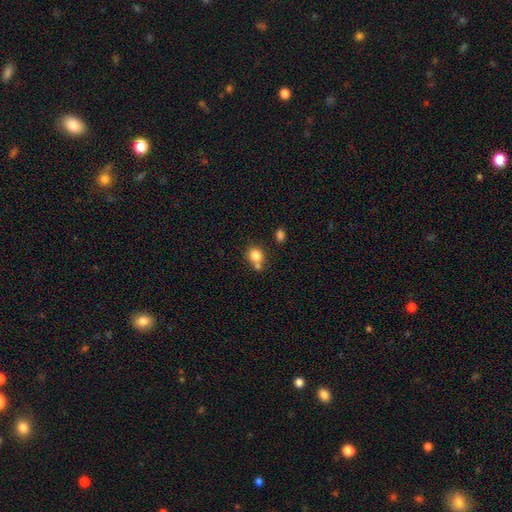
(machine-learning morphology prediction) The model was most divided on "merging": none: 53%, merger: 32%, minor disturbance: 11%, major disturbance: 4%. More confident: smooth or featured — smooth (82%); how rounded — round (75%).